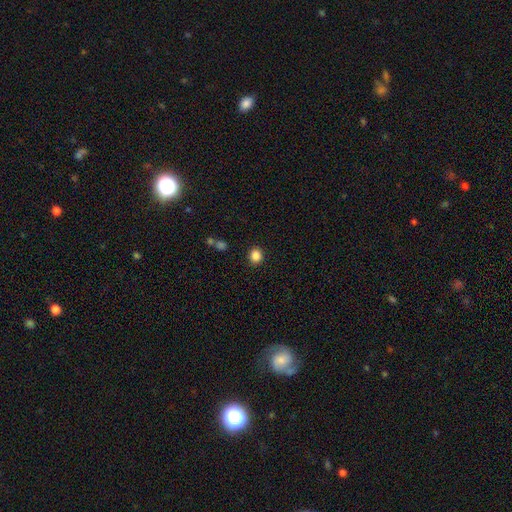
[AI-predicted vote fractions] A smooth galaxy with no disk features (85%) that is round (82%). Merging: none (90%).